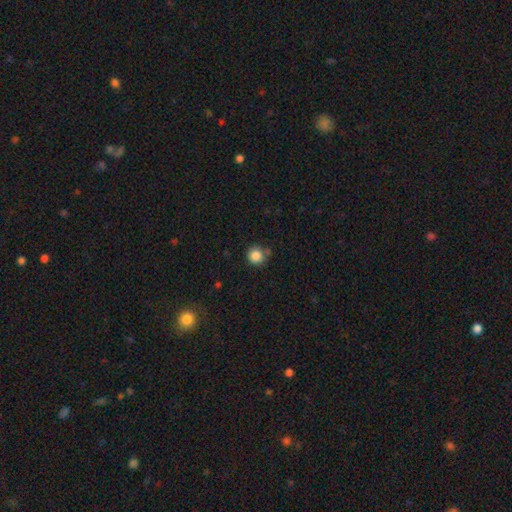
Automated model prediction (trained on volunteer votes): This appears to be a smooth galaxy with no disk features (86%) that is round (93%). Merging: none (77%).